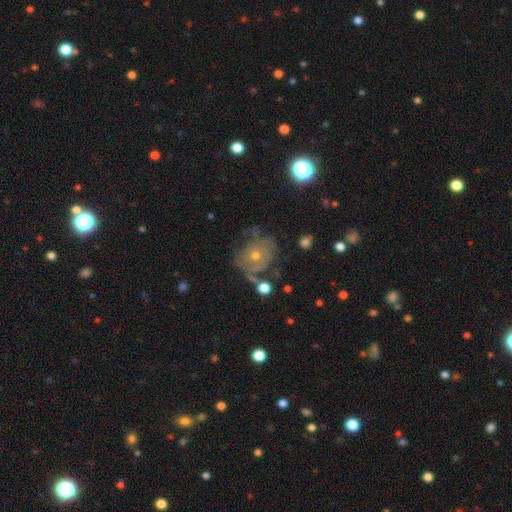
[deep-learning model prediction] Q: Smooth or featured?
A: featured or disk (63%); runner-up: smooth (24%)
Q: Edge-on disk?
A: no (96%); runner-up: yes (4%)
Q: Bar?
A: no (86%); runner-up: weak (11%)
Q: Spiral arms?
A: yes (67%); runner-up: no (33%)
Q: Bulge size?
A: moderate (49%); runner-up: small (47%)
Q: Merging?
A: none (59%); runner-up: minor disturbance (22%)